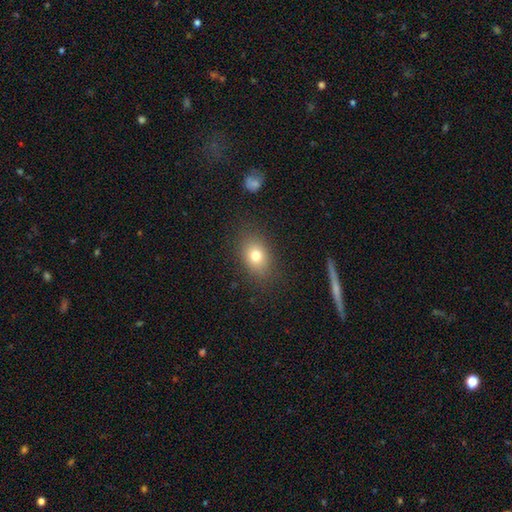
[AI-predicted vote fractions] smooth 76%, featured or disk 12%, star or artifact 12%. Down the decision tree: how rounded — in between (68%); merging — none (83%).